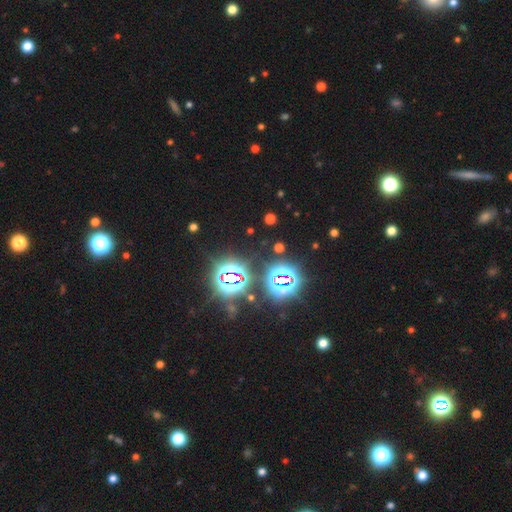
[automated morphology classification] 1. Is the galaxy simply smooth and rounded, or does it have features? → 82% star or artifact, 11% smooth, 7% featured or disk.